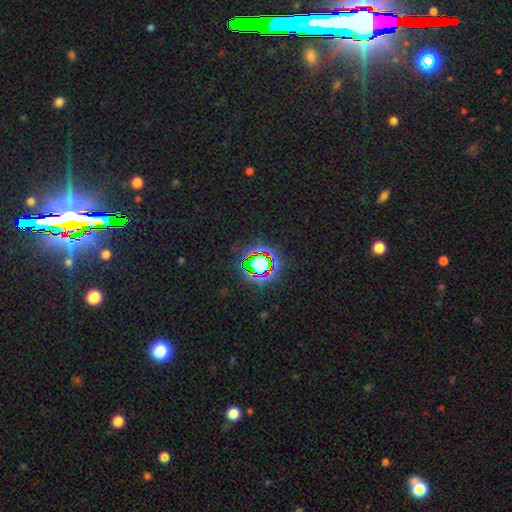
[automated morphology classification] This appears to be a star or artifact, not a galaxy (83%).